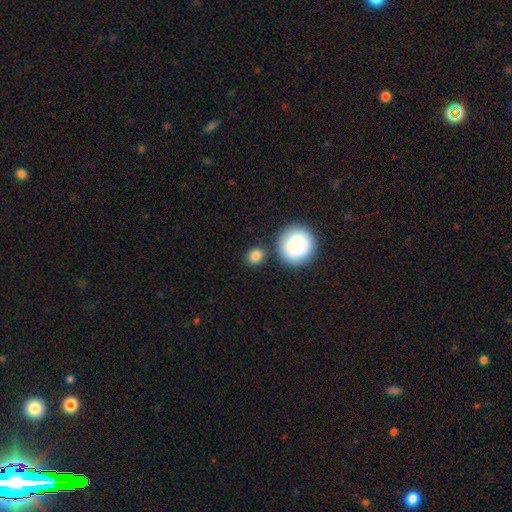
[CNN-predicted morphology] Smooth or featured: smooth — 85% (star or artifact — 8%)
How rounded: round — 81% (in between — 18%)
Merging: none — 75% (minor disturbance — 12%)